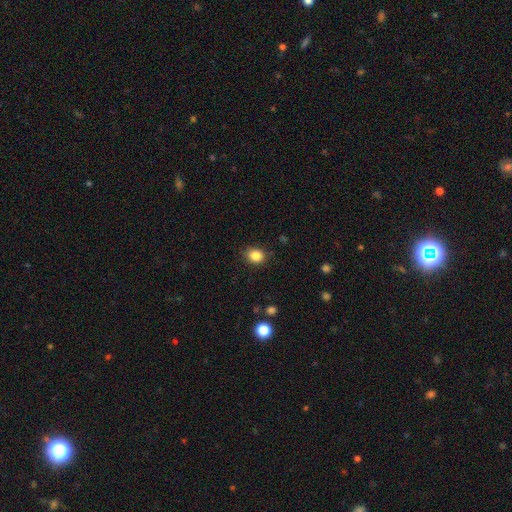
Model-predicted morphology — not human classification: This is clearly a smooth galaxy (85%). How rounded: likely round (63%). Merging: clearly none (84%).